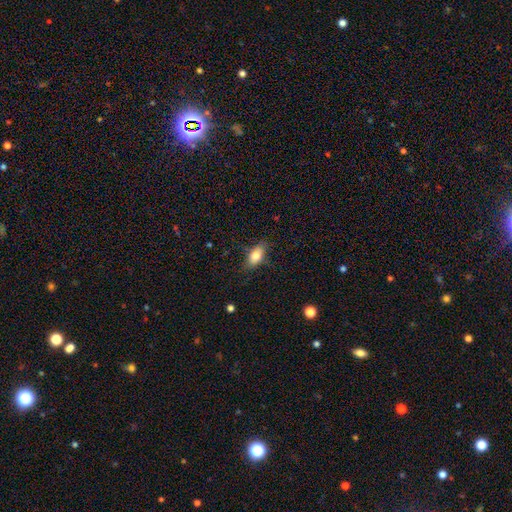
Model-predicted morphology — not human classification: Smooth or featured? Predicted: smooth (p=0.77). How rounded? Predicted: in between (p=0.85). Merging? Predicted: none (p=0.76).